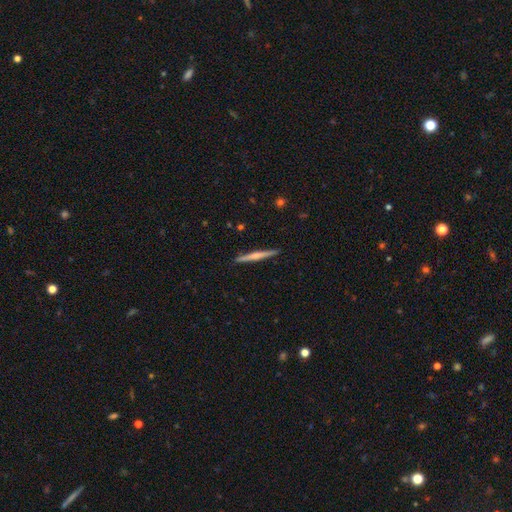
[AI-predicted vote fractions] Smooth or featured? Predicted: featured or disk (p=0.53). Edge-on disk? Predicted: yes (p=0.98). Edge-on bulge? Predicted: rounded (p=0.48). Merging? Predicted: none (p=0.91).